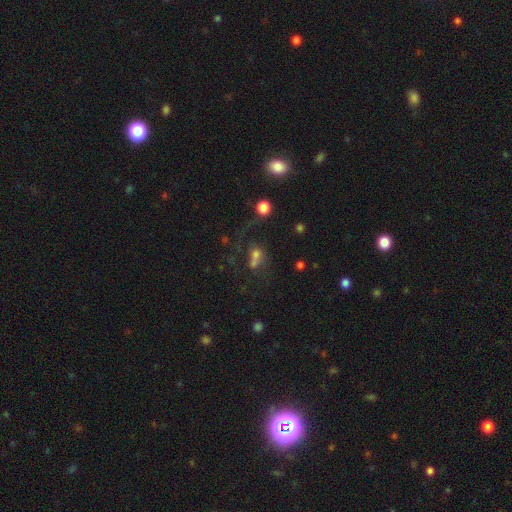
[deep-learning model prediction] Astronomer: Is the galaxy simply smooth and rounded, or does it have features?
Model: smooth — 46% (runner-up: star or artifact, 30%).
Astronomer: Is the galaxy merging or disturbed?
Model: merger — 35% (runner-up: none, 33%).